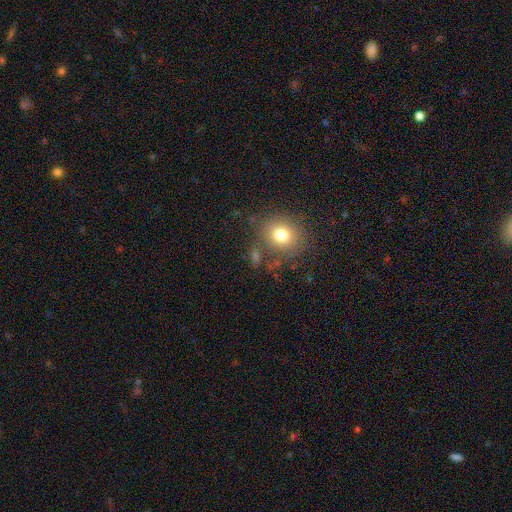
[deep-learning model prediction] Smooth or featured?
  - smooth: 71% *
  - star or artifact: 18%
  - featured or disk: 12%
How rounded?
  - round: 67% *
  - in between: 32%
  - cigar-shaped: 2%
Merging?
  - none: 75% *
  - minor disturbance: 12%
  - merger: 8%
  - major disturbance: 5%